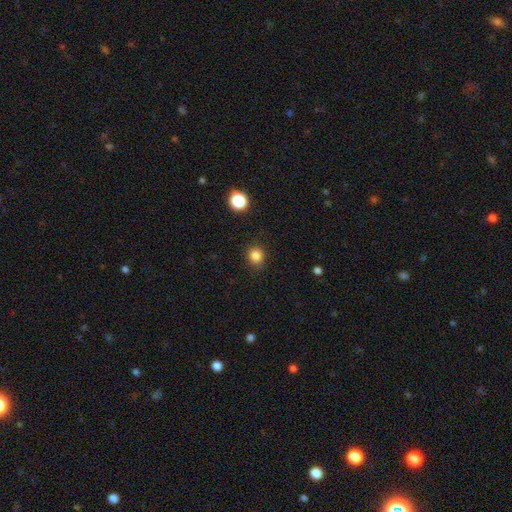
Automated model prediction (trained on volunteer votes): Overall: smooth (84%). How rounded: round (84%). Merging: none (85%).